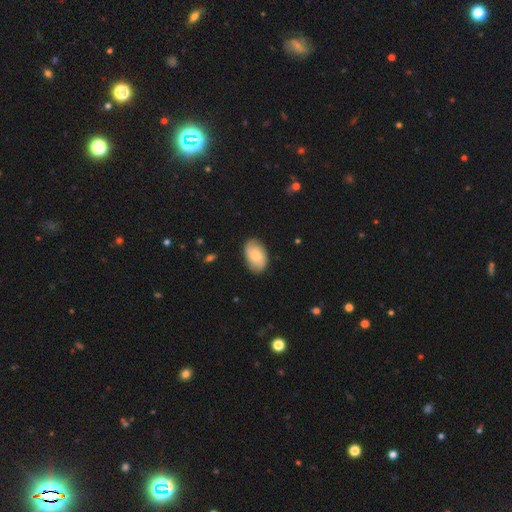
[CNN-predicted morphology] This is likely a smooth galaxy (67%). How rounded: clearly in between (92%). Merging: clearly none (82%).